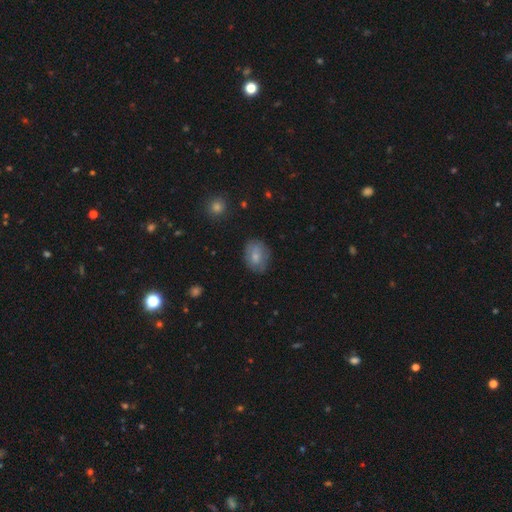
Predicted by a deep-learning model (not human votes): This appears to be a smooth galaxy with no disk features (69%) that is in between round and cigar-shaped (67%). Merging: none (72%).